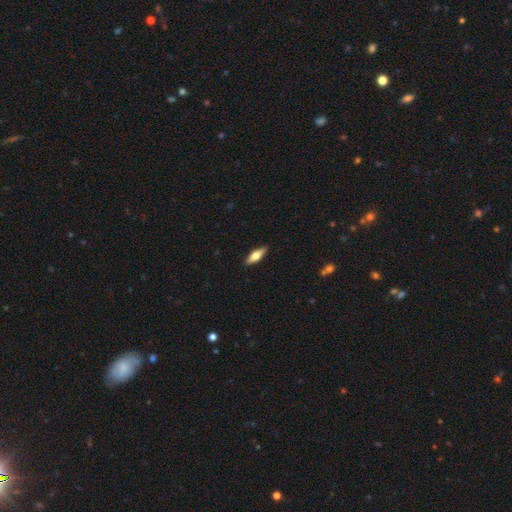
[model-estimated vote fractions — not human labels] Smooth or featured? Predicted: smooth (p=0.53). How rounded? Predicted: in between (p=0.51). Merging? Predicted: none (p=0.90).